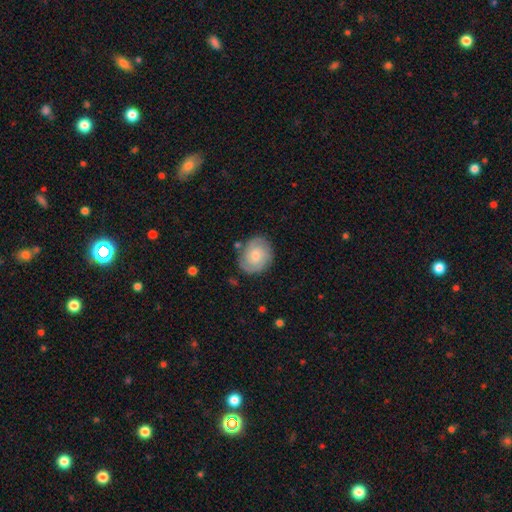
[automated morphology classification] The model was most divided on "bulge size": moderate: 51%, small: 40%, large: 4%, none: 3%, dominant: 1%. Remaining: edge-on disk — no (97%); spiral arms — yes (90%); merging — none (80%); bar — no (73%); spiral winding — tight (62%); smooth or featured — featured or disk (60%); spiral arm count — 2 (42%).